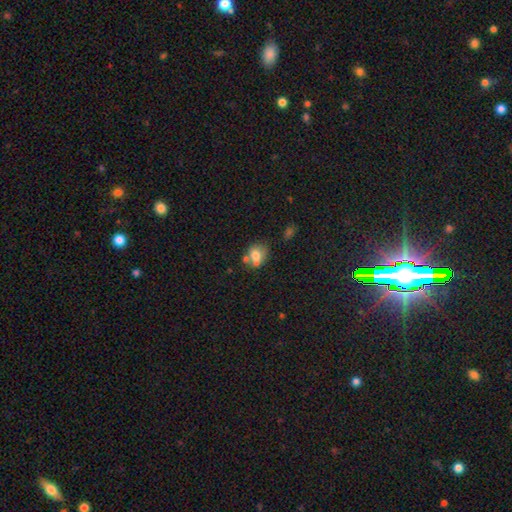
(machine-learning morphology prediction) smooth-or-featured: smooth: 71% | featured or disk: 18% | star or artifact: 11%
  how-rounded: round: 61% | in between: 38% | cigar-shaped: 1%
  merging: none: 43% | merger: 34% | minor disturbance: 17% | major disturbance: 6%